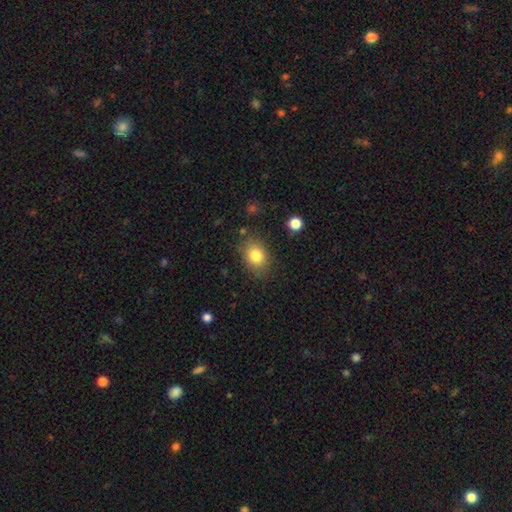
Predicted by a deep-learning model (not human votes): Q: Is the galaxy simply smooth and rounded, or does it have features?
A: smooth — 81%.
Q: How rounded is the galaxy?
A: in between — 62%.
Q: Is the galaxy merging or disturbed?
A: none — 81%.